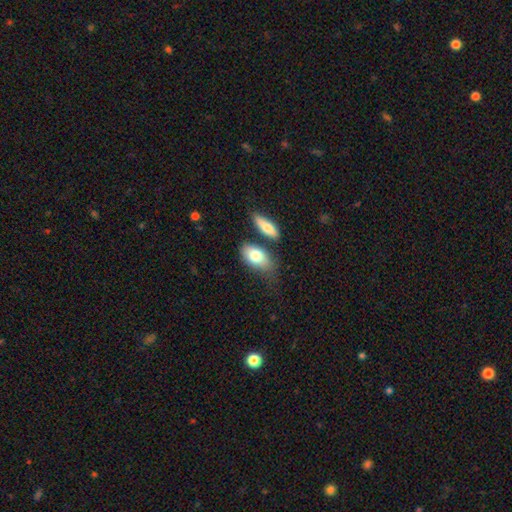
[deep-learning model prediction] This appears to be a smooth galaxy with no disk features (78%) that is in between round and cigar-shaped (88%). Merging: none (55%).